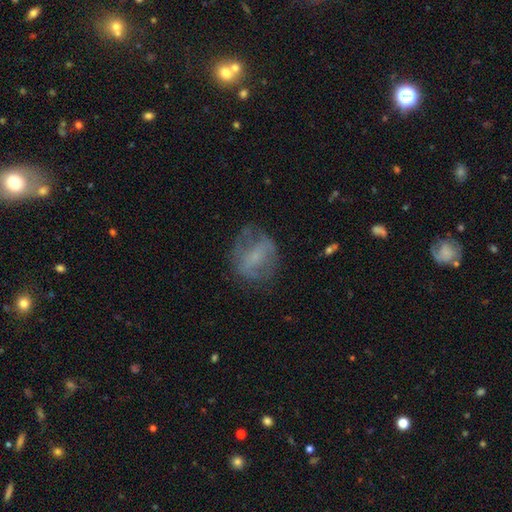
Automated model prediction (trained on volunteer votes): featured or disk 49%, smooth 40%, star or artifact 11%. Down the decision tree: merging — none (60%).